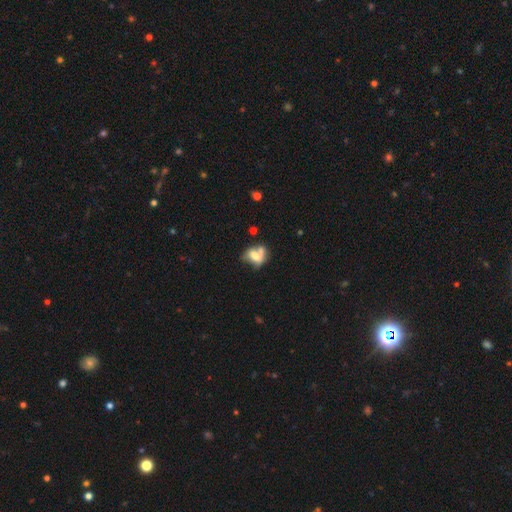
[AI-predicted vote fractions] smooth 55%, featured or disk 34%, star or artifact 11%. Down the decision tree: how rounded — in between (67%); merging — merger (40%).